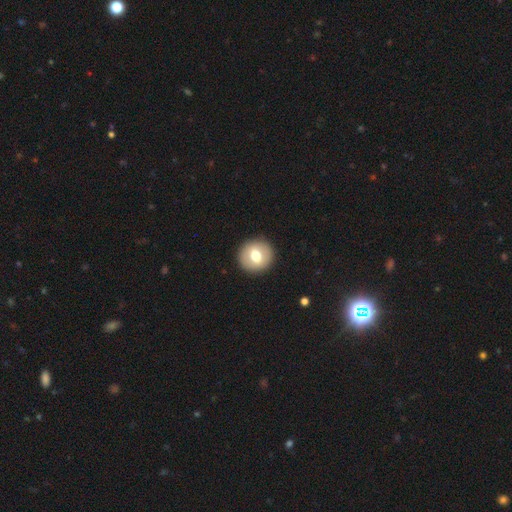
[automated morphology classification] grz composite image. It shows a smooth galaxy with no disk features (67%) that is round (92%). Merging: none (92%).